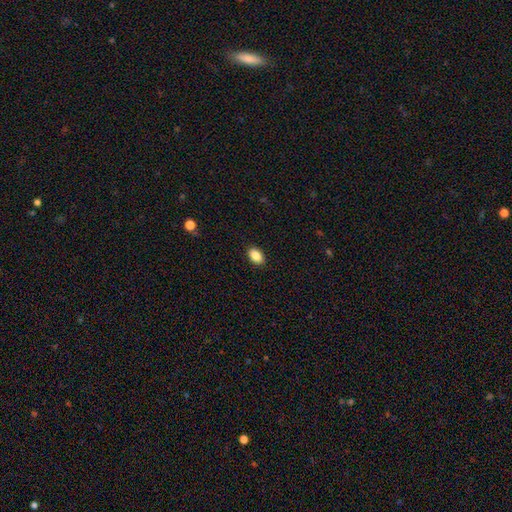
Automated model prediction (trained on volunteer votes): Smooth or featured?
  - smooth: 87% *
  - star or artifact: 8%
  - featured or disk: 4%
How rounded?
  - in between: 86% *
  - round: 12%
  - cigar-shaped: 1%
Merging?
  - none: 90% *
  - minor disturbance: 7%
  - major disturbance: 2%
  - merger: 1%